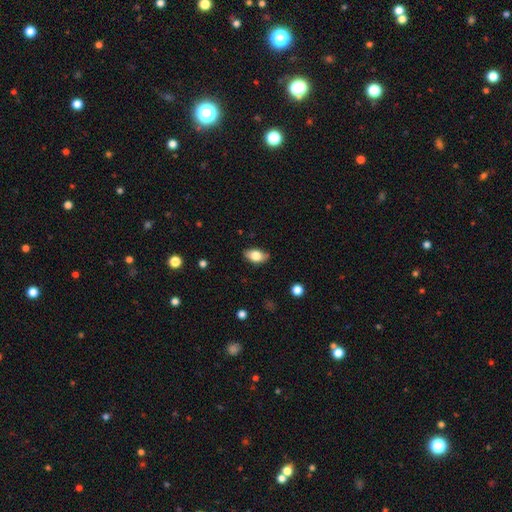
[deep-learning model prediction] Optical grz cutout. It shows a smooth galaxy with no disk features (78%) that is in between round and cigar-shaped (89%). Merging: none (80%).